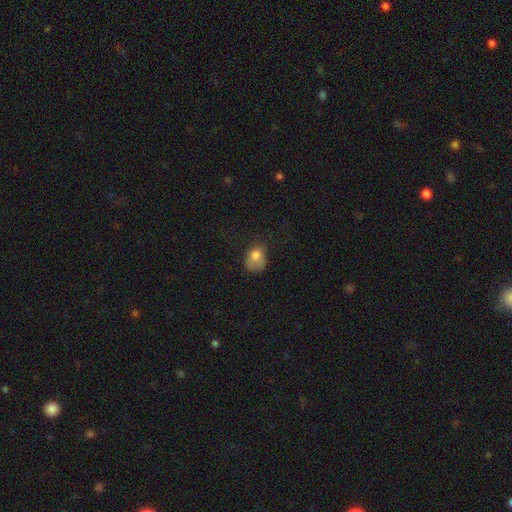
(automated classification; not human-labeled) The model was most divided on "merging": minor disturbance: 33%, major disturbance: 32%, none: 31%, merger: 4%. More confident: smooth or featured — smooth (74%); how rounded — in between (52%).